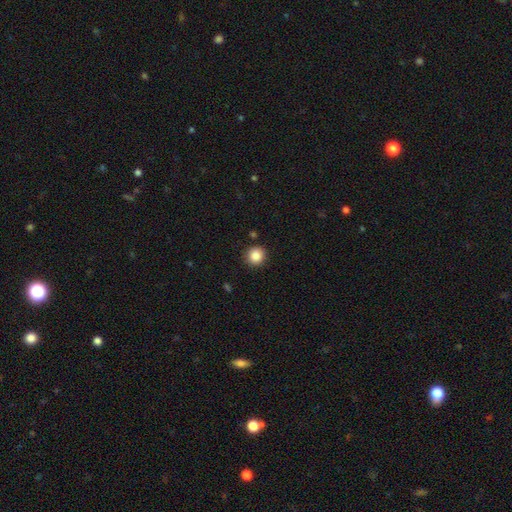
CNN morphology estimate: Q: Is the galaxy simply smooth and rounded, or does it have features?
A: smooth — 87%.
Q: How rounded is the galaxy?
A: round — 90%.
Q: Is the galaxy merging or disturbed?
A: none — 89%.